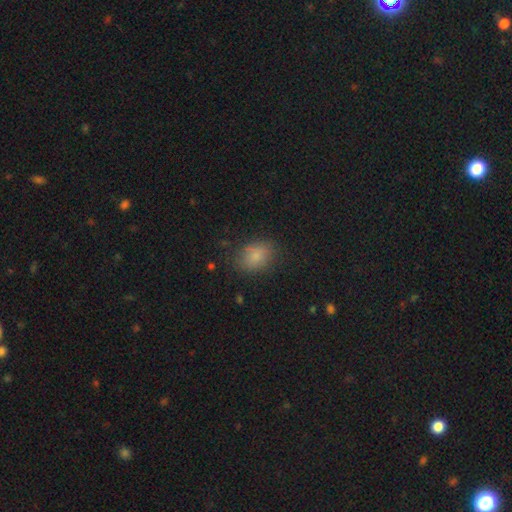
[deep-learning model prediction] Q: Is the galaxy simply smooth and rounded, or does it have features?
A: smooth — 81%.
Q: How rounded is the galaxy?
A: in between — 71%.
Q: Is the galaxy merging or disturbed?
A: none — 76%.